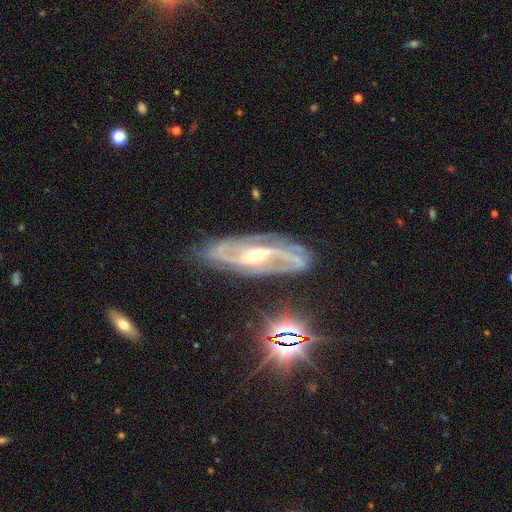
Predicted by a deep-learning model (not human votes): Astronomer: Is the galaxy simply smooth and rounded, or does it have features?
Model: featured or disk — 89%.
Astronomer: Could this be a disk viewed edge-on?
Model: no — 93%.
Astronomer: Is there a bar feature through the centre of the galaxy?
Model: weak — 38% (runner-up: strong, 32%).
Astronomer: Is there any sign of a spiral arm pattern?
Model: yes — 97%.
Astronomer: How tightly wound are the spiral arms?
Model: medium — 50% (runner-up: tight, 31%).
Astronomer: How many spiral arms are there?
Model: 2 — 75%.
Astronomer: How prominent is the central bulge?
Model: moderate — 55% (runner-up: small, 39%).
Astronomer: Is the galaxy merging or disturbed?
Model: none — 74%.